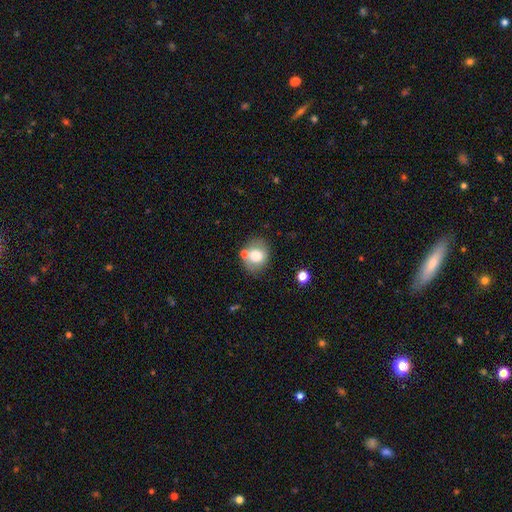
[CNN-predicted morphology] Smooth or featured?
  - smooth: 71% *
  - featured or disk: 20%
  - star or artifact: 9%
How rounded?
  - round: 64% *
  - in between: 35%
  - cigar-shaped: 1%
Merging?
  - none: 66% *
  - minor disturbance: 16%
  - merger: 13%
  - major disturbance: 5%